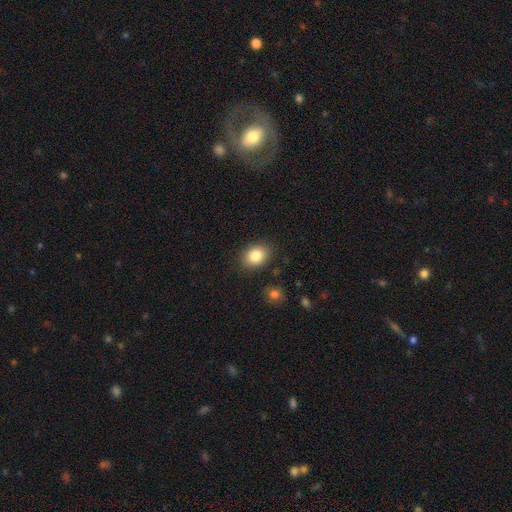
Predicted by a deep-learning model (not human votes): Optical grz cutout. It shows a smooth galaxy with no disk features (85%) that is in between round and cigar-shaped (66%). Merging: none (85%).